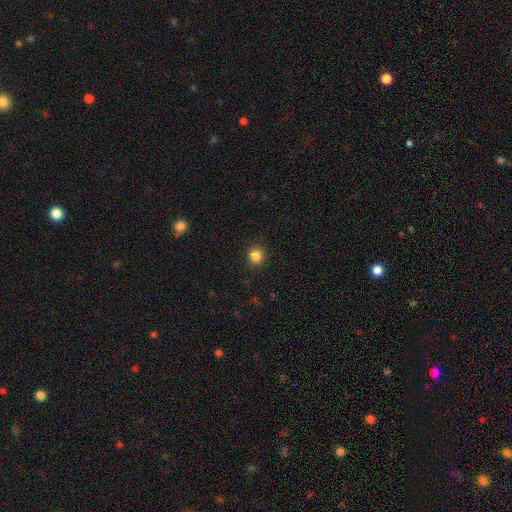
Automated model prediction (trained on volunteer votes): The model was most divided on "smooth or featured": smooth: 84%, star or artifact: 12%, featured or disk: 4%. More confident: merging — none (91%); how rounded — round (90%).